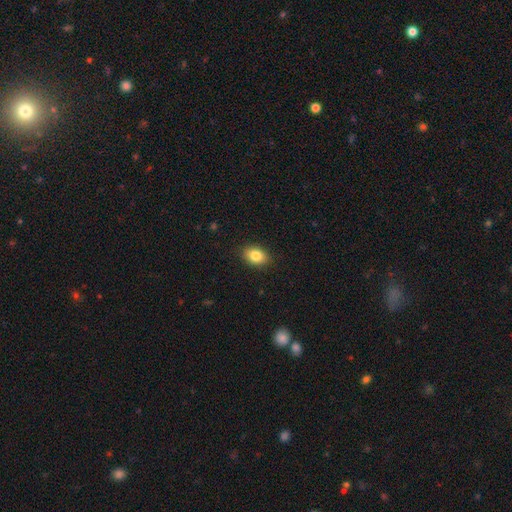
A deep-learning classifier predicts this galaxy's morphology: Overall: smooth (84%). How rounded: in between (74%). Merging: none (88%).